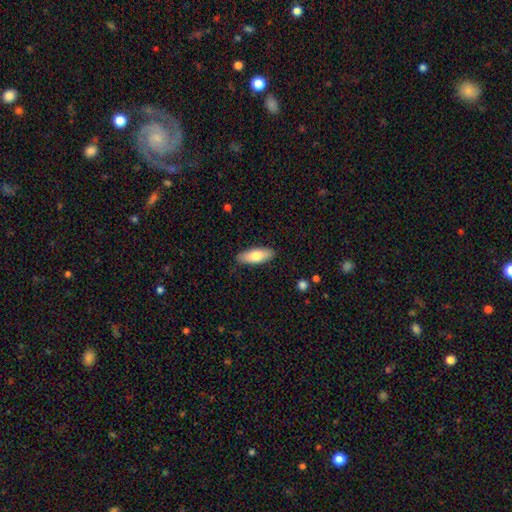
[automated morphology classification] A smooth galaxy with no disk features (78%) that is in between round and cigar-shaped (73%). Merging: none (87%).